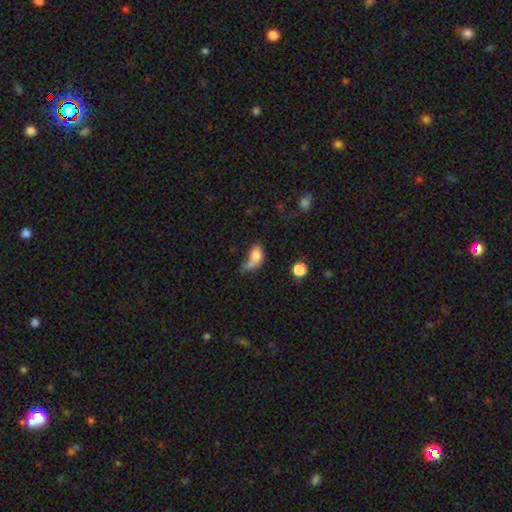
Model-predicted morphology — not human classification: Q: Smooth or featured?
A: smooth (72%); runner-up: featured or disk (18%)
Q: How rounded?
A: in between (74%); runner-up: round (22%)
Q: Merging?
A: major disturbance (29%); tied with: merger (29%)